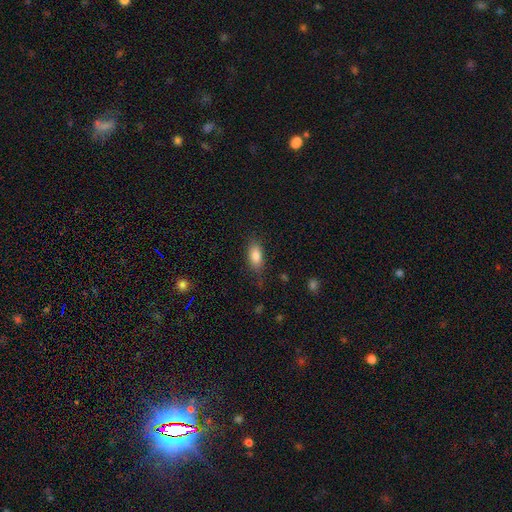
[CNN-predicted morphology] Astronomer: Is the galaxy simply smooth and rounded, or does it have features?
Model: smooth — 84%.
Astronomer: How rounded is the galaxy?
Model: in between — 85%.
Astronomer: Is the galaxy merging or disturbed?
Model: none — 73%.